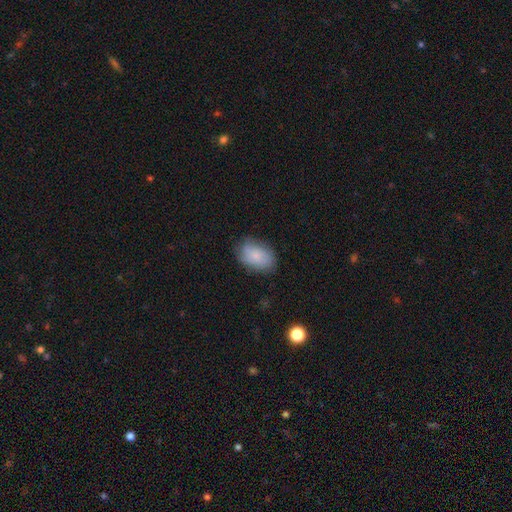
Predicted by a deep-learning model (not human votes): smooth 81%, featured or disk 12%, star or artifact 7%. Down the decision tree: how rounded — in between (88%); merging — none (72%).